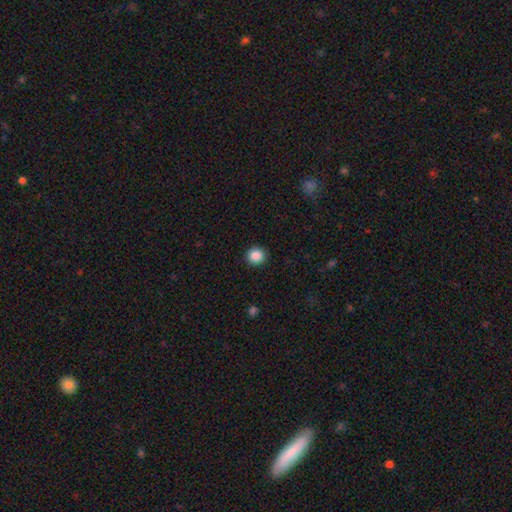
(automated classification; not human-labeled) Overall: smooth (87%). How rounded: round (88%). Merging: none (92%).